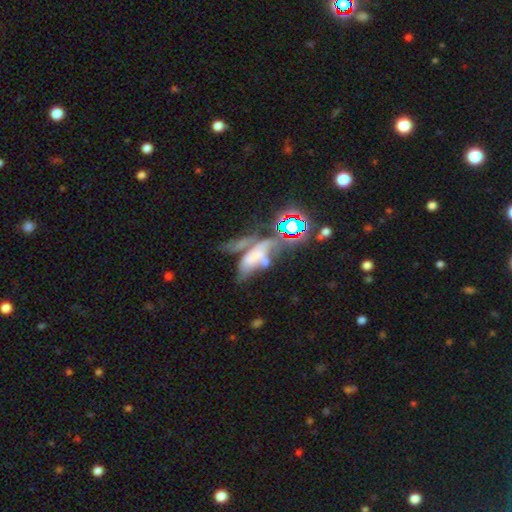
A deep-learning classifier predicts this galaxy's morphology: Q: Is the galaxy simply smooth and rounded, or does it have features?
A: featured or disk — 40%.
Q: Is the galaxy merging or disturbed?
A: merger — 47%.